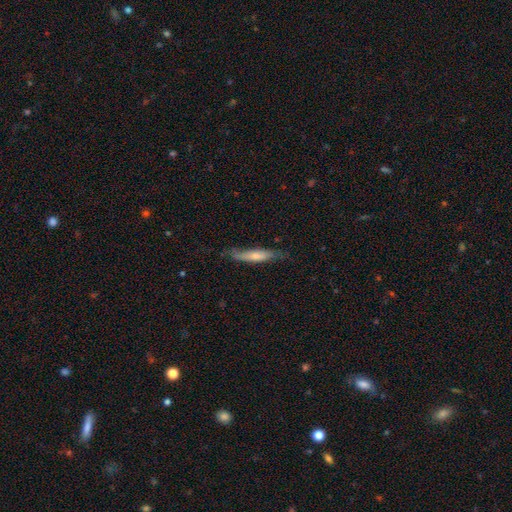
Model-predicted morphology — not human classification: smooth-or-featured: smooth: 60% | featured or disk: 34% | star or artifact: 6%
  how-rounded: cigar-shaped: 88% | in between: 11% | round: 1%
  merging: none: 71% | minor disturbance: 23% | major disturbance: 5% | merger: 2%